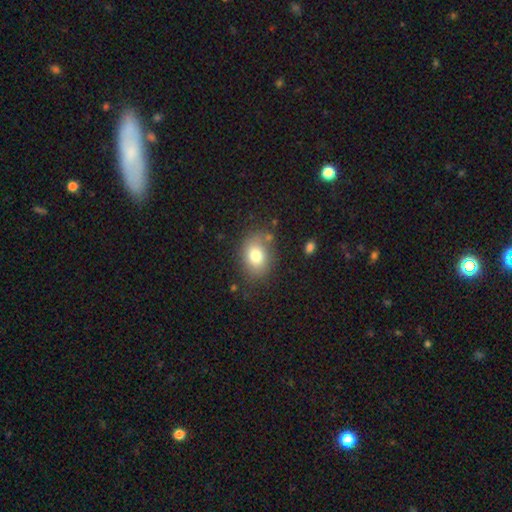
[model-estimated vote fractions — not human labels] smooth-or-featured: smooth: 78% | featured or disk: 13% | star or artifact: 10%
  how-rounded: in between: 67% | round: 32% | cigar-shaped: 1%
  merging: none: 76% | minor disturbance: 15% | major disturbance: 5% | merger: 4%